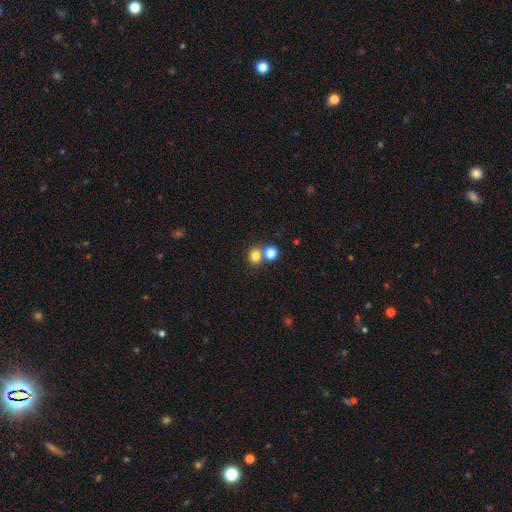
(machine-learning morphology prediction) smooth-or-featured: smooth: 79% | star or artifact: 14% | featured or disk: 7%
  how-rounded: round: 81% | in between: 18% | cigar-shaped: 1%
  merging: none: 58% | merger: 33% | minor disturbance: 7% | major disturbance: 3%